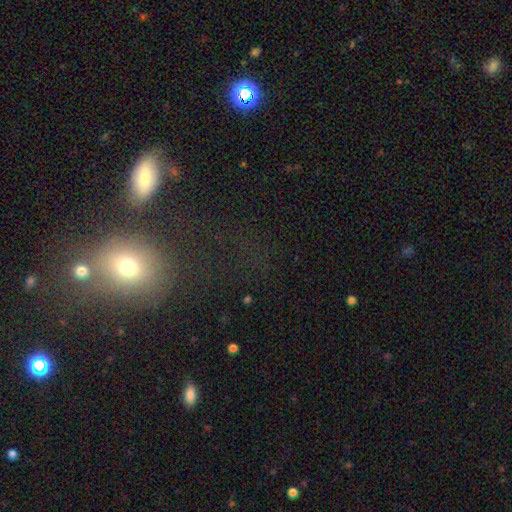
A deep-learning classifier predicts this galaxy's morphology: A smooth galaxy with no disk features (50%). Merging: none (56%).